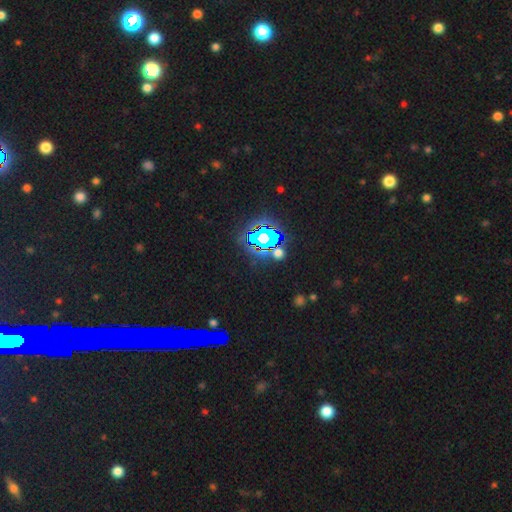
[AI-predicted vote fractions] Overall: star or artifact (77%).